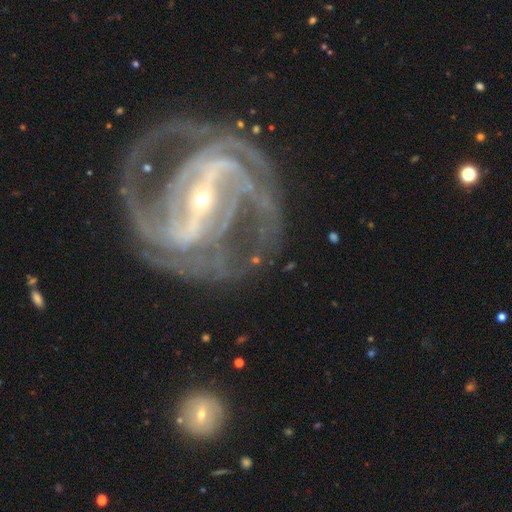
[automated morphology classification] Q: Smooth or featured?
A: featured or disk (92%); runner-up: star or artifact (5%)
Q: Edge-on disk?
A: no (97%); runner-up: yes (3%)
Q: Bar?
A: strong (79%); runner-up: weak (15%)
Q: Spiral arms?
A: yes (98%); runner-up: no (2%)
Q: Spiral winding?
A: tight (48%); runner-up: medium (43%)
Q: Spiral arm count?
A: 2 (43%); runner-up: 3 (20%)
Q: Bulge size?
A: small (77%); runner-up: moderate (19%)
Q: Merging?
A: none (70%); runner-up: minor disturbance (15%)